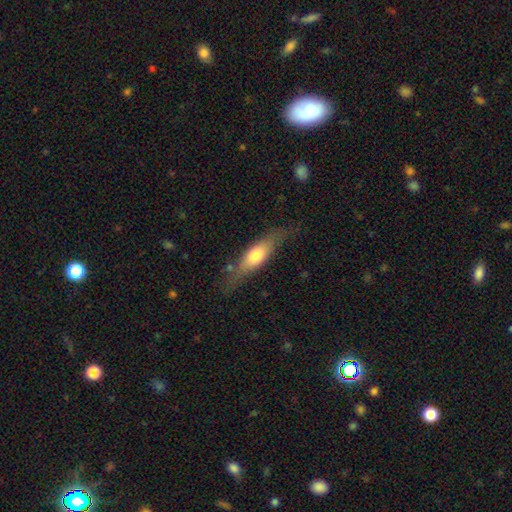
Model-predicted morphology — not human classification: The model was most divided on "how rounded": cigar-shaped: 51%, in between: 46%, round: 3%. More confident: merging — none (70%); smooth or featured — smooth (56%).